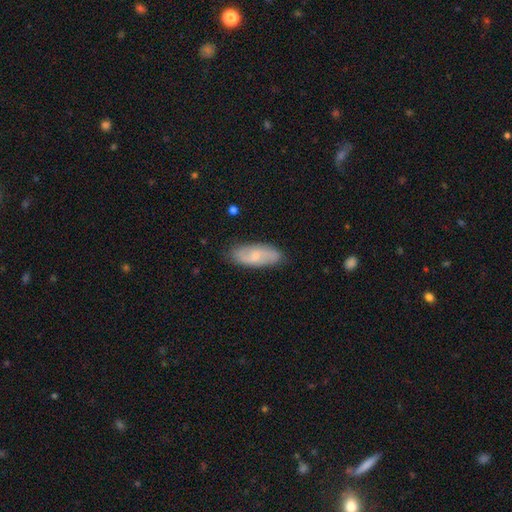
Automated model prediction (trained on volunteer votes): Smooth or featured?
  - smooth: 51% *
  - featured or disk: 43%
  - star or artifact: 7%
How rounded?
  - in between: 74% *
  - cigar-shaped: 23%
  - round: 2%
Merging?
  - none: 83% *
  - minor disturbance: 13%
  - major disturbance: 2%
  - merger: 1%